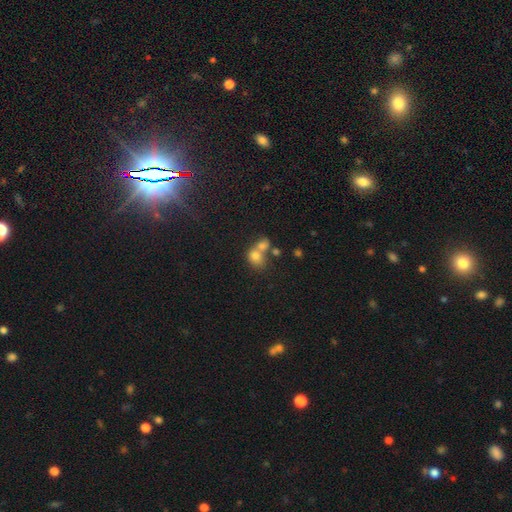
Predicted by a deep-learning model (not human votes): smooth_or_featured: smooth (p=0.73) [alt: featured or disk p=0.14]
how_rounded: round (p=0.59) [alt: in between p=0.40]
merging: merger (p=0.61) [alt: none p=0.27]